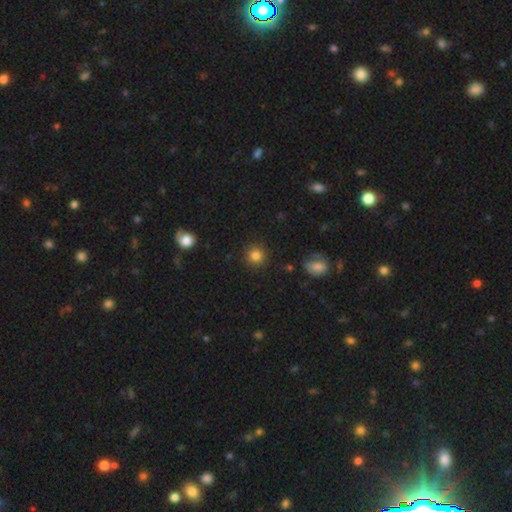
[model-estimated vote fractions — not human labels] smooth 84%, star or artifact 11%, featured or disk 5%. Down the decision tree: how rounded — round (92%); merging — none (89%).